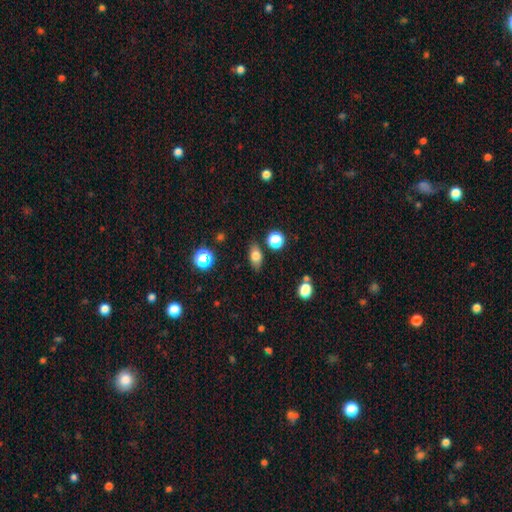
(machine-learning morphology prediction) Overall: smooth (77%). How rounded: in between (78%). Merging: none (81%).